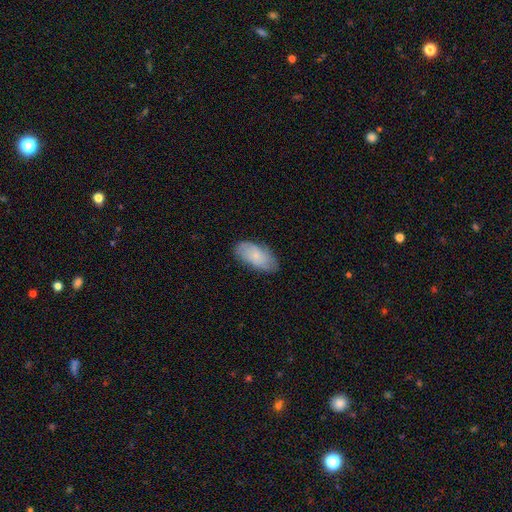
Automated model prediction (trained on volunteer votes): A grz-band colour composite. It shows a smooth galaxy with no disk features (69%) that is in between round and cigar-shaped (93%). Merging: none (73%).